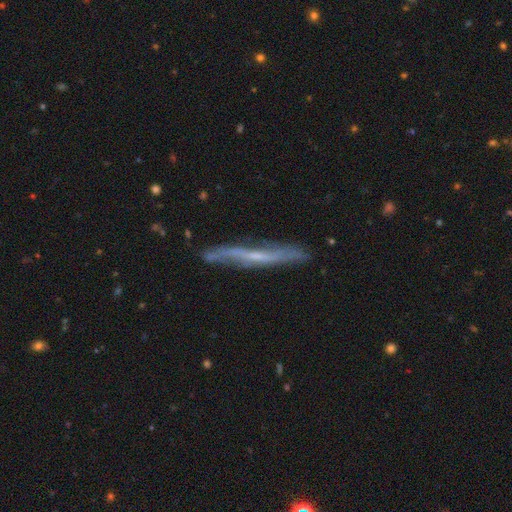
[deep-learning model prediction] Morphology: type=featured or disk (70%); edge-on=yes (84%); edge-on bulge=none (60%); merging=none (77%).